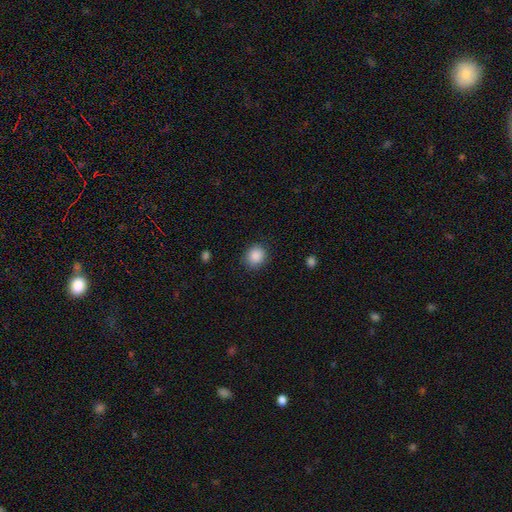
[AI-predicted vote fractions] The model was most divided on "how rounded": round: 76%, in between: 23%, cigar-shaped: 1%. More confident: smooth or featured — smooth (88%); merging — none (86%).